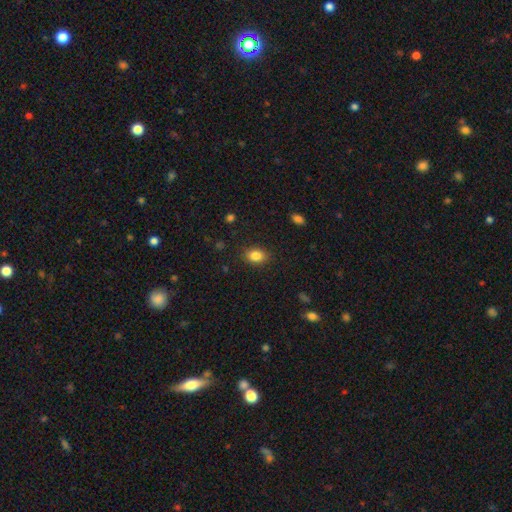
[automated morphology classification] Smooth or featured? smooth (85%)
How rounded? in between (76%)
Merging? none (87%)